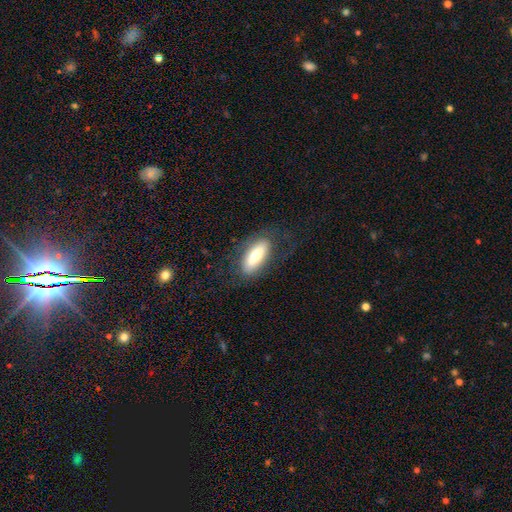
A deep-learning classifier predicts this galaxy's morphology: Smooth or featured?
  - smooth: 64% *
  - featured or disk: 30%
  - star or artifact: 6%
How rounded?
  - in between: 75% *
  - cigar-shaped: 23%
  - round: 2%
Merging?
  - none: 75% *
  - minor disturbance: 15%
  - major disturbance: 9%
  - merger: 1%